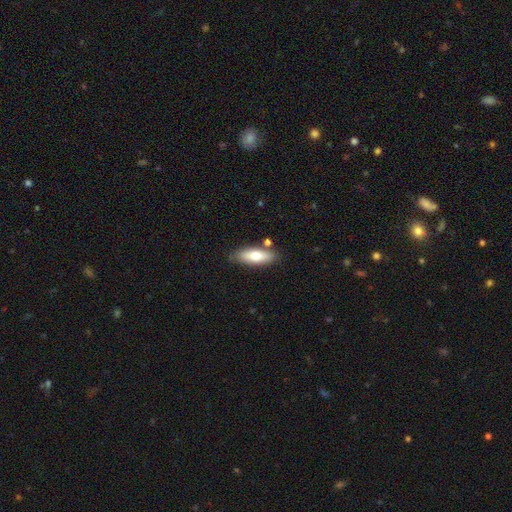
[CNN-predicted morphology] Q: Smooth or featured?
A: smooth (71%); runner-up: featured or disk (23%)
Q: How rounded?
A: in between (63%); runner-up: cigar-shaped (35%)
Q: Merging?
A: none (79%); runner-up: minor disturbance (13%)